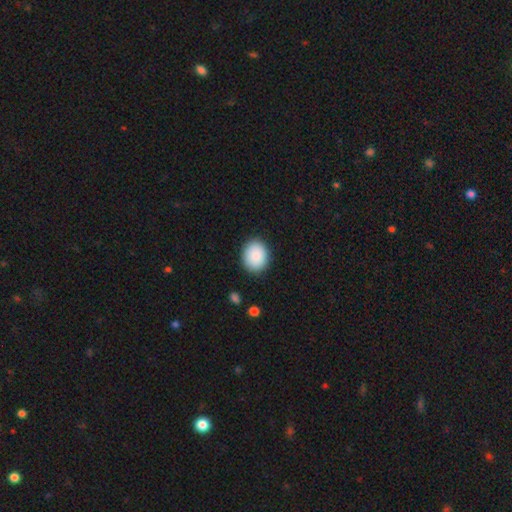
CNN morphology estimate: Q: Smooth or featured?
A: smooth (89%); runner-up: star or artifact (7%)
Q: How rounded?
A: round (58%); runner-up: in between (41%)
Q: Merging?
A: none (89%); runner-up: minor disturbance (8%)